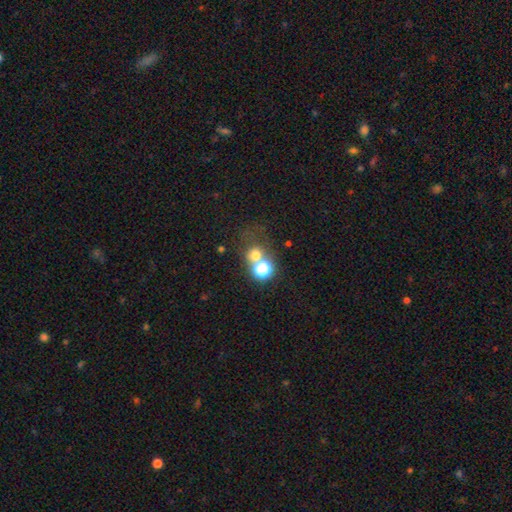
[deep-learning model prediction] Smooth or featured? Predicted: smooth (p=0.63). How rounded? Predicted: round (p=0.82). Merging? Predicted: none (p=0.50).